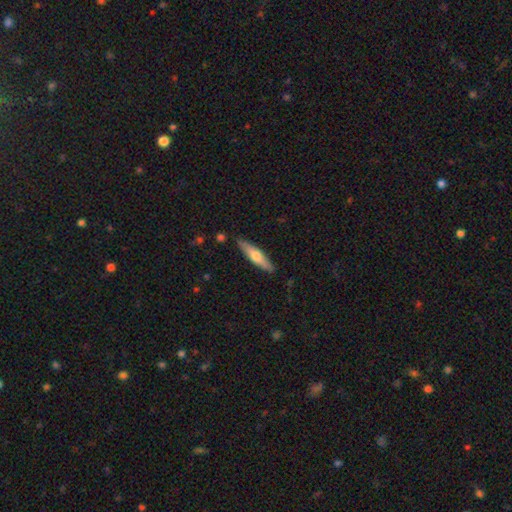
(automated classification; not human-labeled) A smooth galaxy with no disk features (55%) that is cigar-shaped (81%). Merging: none (87%).